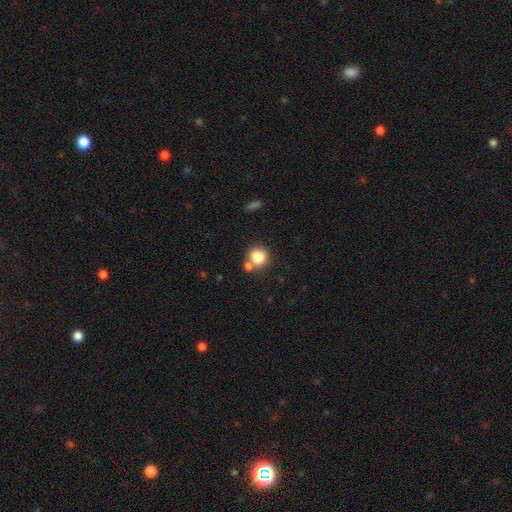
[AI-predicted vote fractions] Smooth or featured?
  - smooth: 83% *
  - star or artifact: 10%
  - featured or disk: 7%
How rounded?
  - round: 75% *
  - in between: 24%
  - cigar-shaped: 1%
Merging?
  - none: 53% *
  - merger: 29%
  - minor disturbance: 13%
  - major disturbance: 5%